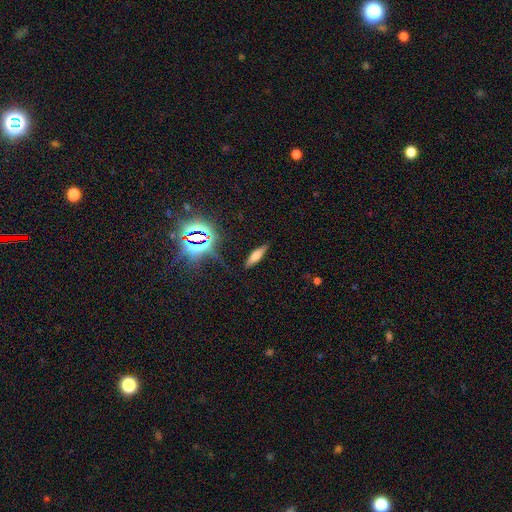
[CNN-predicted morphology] The model was most divided on "smooth or featured": smooth: 52%, featured or disk: 30%, star or artifact: 17%. More confident: merging — none (84%); how rounded — cigar-shaped (63%).